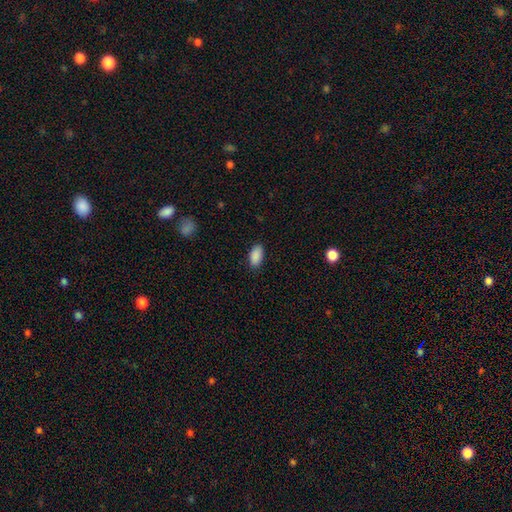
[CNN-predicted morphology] Overall: smooth (90%). How rounded: in between (94%). Merging: none (87%).